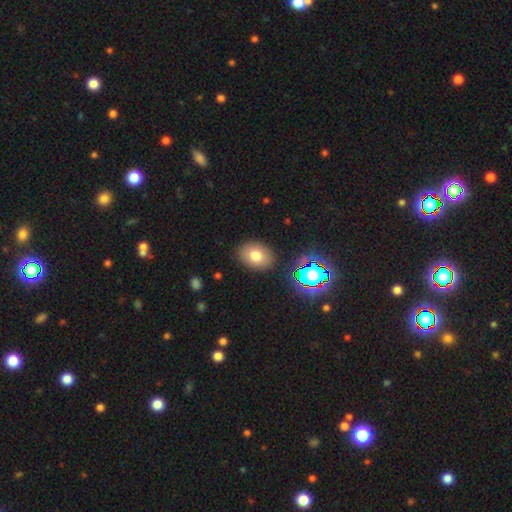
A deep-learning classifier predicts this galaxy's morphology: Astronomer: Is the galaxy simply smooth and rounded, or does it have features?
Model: smooth — 76%.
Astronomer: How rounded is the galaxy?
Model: in between — 69%.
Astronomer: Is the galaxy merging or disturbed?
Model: none — 87%.